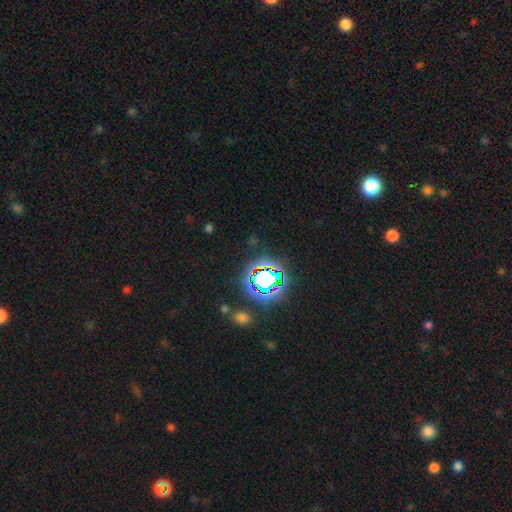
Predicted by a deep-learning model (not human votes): This appears to be a star or artifact, not a galaxy (81%).